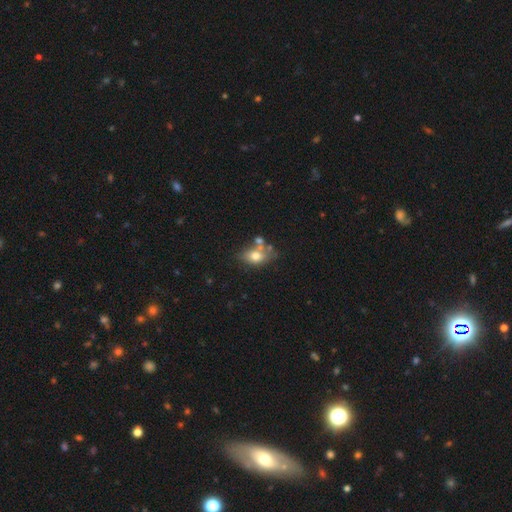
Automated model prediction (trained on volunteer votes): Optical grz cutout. It shows a smooth galaxy with no disk features (70%) that is in between round and cigar-shaped (77%). Merging: none (47%).